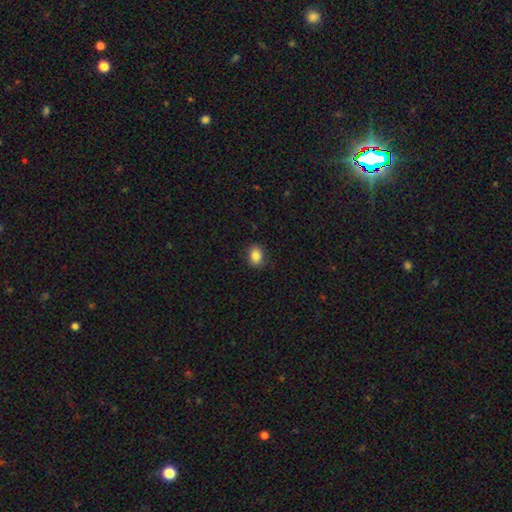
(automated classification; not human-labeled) Smooth or featured: smooth — 85% (star or artifact — 9%)
How rounded: in between — 67% (round — 32%)
Merging: none — 85% (minor disturbance — 12%)